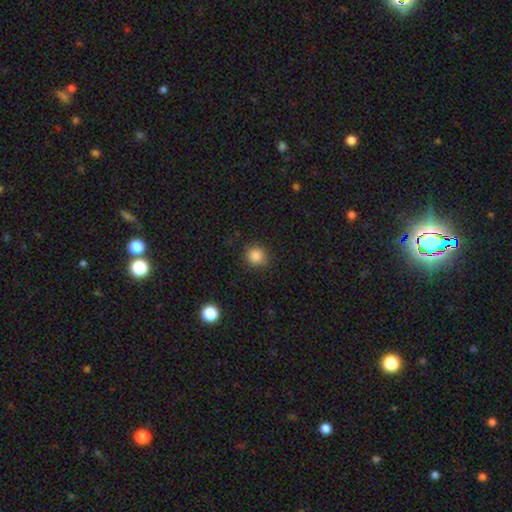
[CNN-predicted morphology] The model was most divided on "smooth or featured": smooth: 86%, star or artifact: 11%, featured or disk: 4%. More confident: how rounded — round (90%); merging — none (86%).